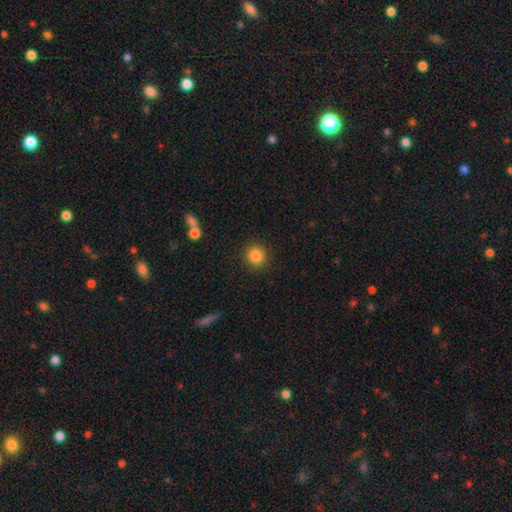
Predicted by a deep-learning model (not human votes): A smooth galaxy with no disk features (85%) that is round (92%). Merging: none (90%).